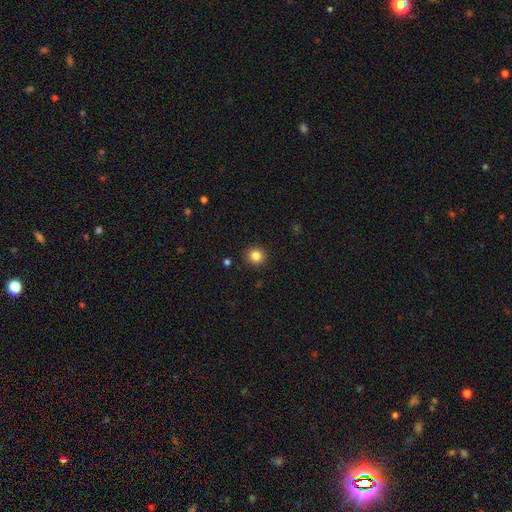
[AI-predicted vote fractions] This is clearly a smooth galaxy (85%). How rounded: clearly round (90%). Merging: clearly none (91%).